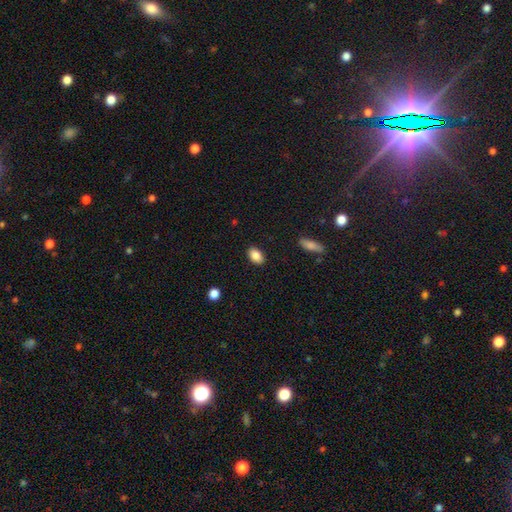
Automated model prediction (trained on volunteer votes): Smooth or featured? smooth (87%)
How rounded? in between (89%)
Merging? none (89%)